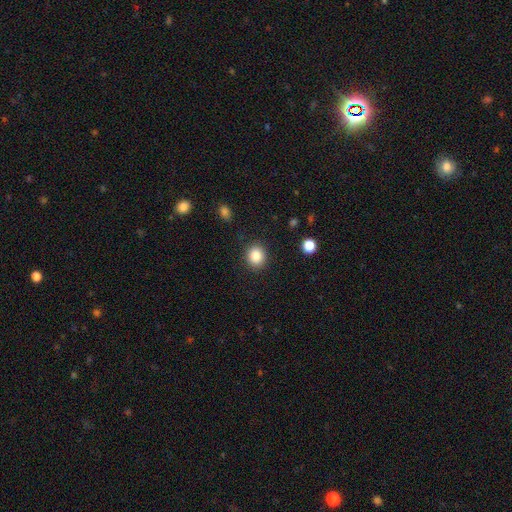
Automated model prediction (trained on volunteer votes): Morphology: type=smooth (86%); roundness=round (75%); merging=none (88%).